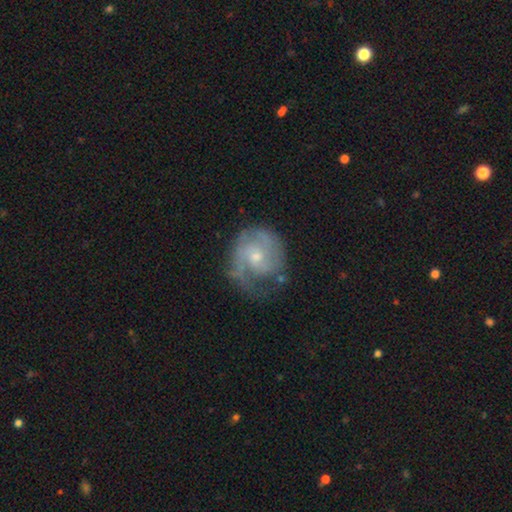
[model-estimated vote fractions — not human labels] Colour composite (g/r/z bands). It shows a featured or disk galaxy (77%) with no bar (69%), 2 (40%) tight (45%) spiral arms (90%) and a small central bulge (58%). Merging: none (54%).